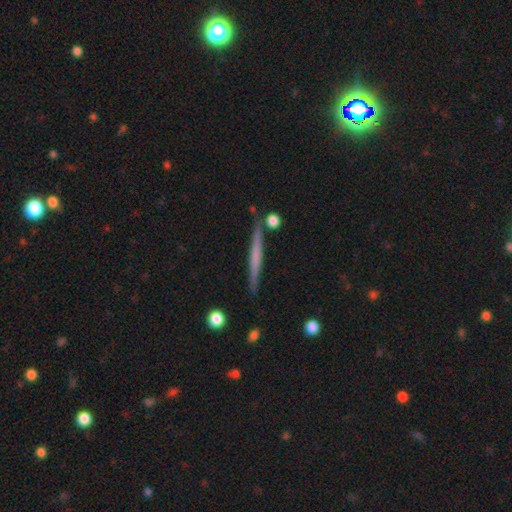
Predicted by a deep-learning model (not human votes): smooth-or-featured: featured or disk: 48% | smooth: 46% | star or artifact: 6%
  merging: none: 87% | minor disturbance: 8% | merger: 3% | major disturbance: 2%